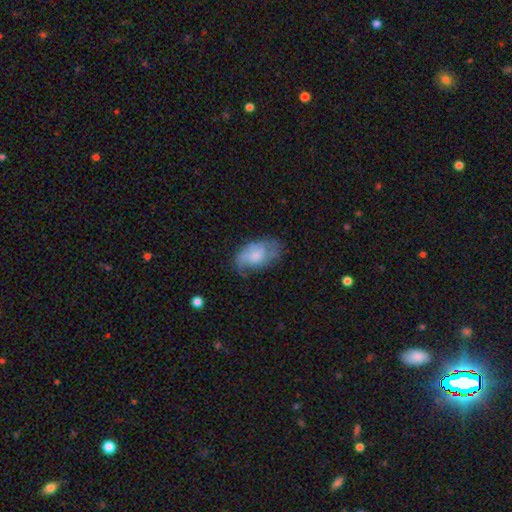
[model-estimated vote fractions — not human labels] Overall: smooth (48%; featured or disk 44%). Merging: none (48%; minor disturbance 30%).